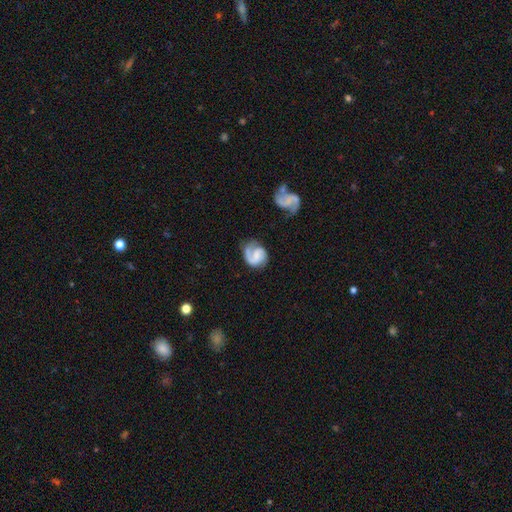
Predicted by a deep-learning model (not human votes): This is likely a featured or disk galaxy (79%). It is clearly not viewed edge-on (98%). Bar: marginally weak (44%). Spiral arm pattern: clearly yes (96%). Spiral arm count: likely 2 (66%). Spiral winding: possibly medium (46%). Central bulge: marginally none (40%). Merging: likely none (62%).